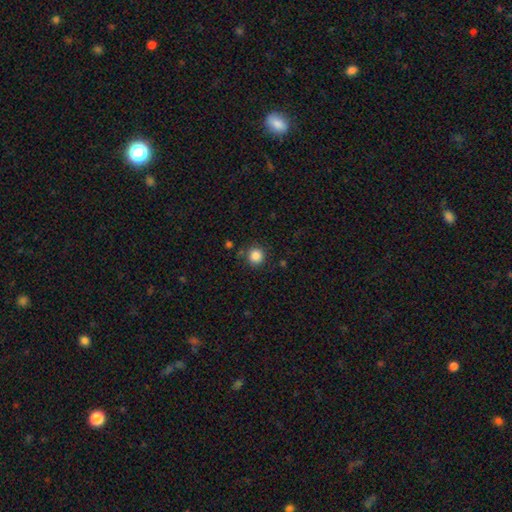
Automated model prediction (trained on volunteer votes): Smooth or featured? Predicted: smooth (p=0.86). How rounded? Predicted: round (p=0.94). Merging? Predicted: none (p=0.86).